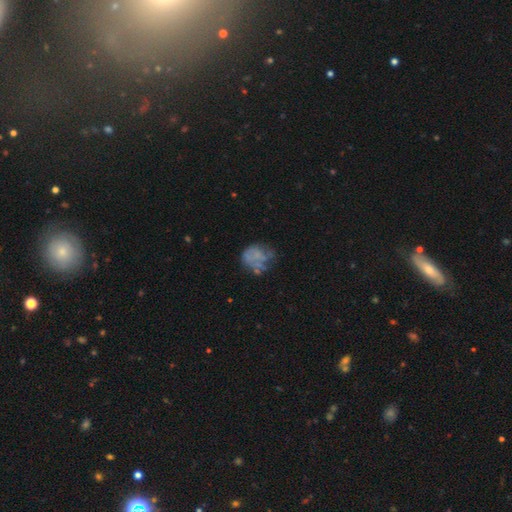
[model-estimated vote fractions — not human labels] Smooth or featured? smooth (44%)
Merging? none (42%)